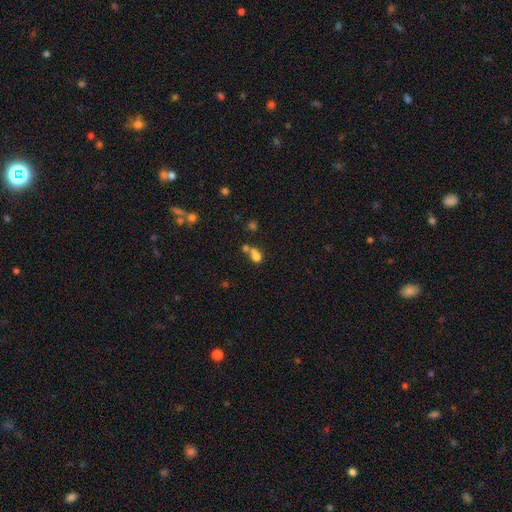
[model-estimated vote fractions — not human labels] This appears to be a smooth galaxy with no disk features (73%) that is in between round and cigar-shaped (52%). Merging: merger (54%).